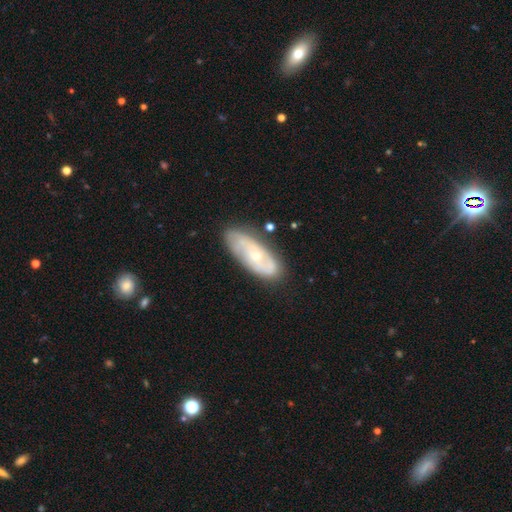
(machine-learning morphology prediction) This is likely a featured or disk galaxy (66%). It is clearly not viewed edge-on (89%). Bar: likely no (76%). Spiral arm pattern: likely yes (74%). Central bulge: likely small (61%). Merging: likely none (77%).